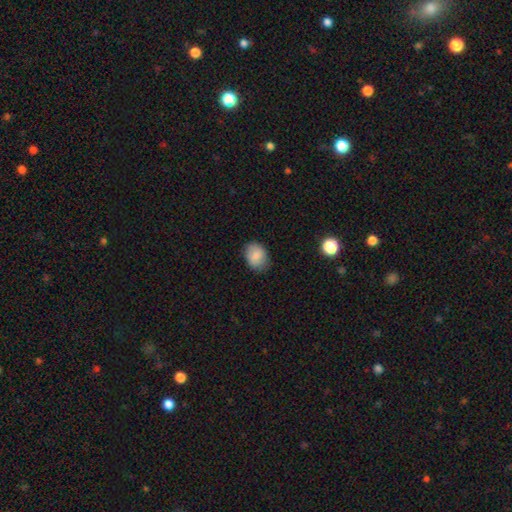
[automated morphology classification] This appears to be a smooth galaxy with no disk features (84%) that is in between round and cigar-shaped (66%). Merging: none (82%).